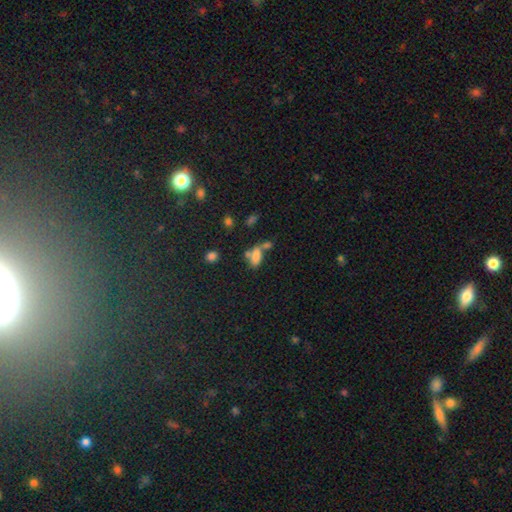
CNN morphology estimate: A smooth galaxy with no disk features (70%) that is in between round and cigar-shaped (84%).

Vote fractions:
- Smooth or featured? smooth: 70% / featured or disk: 15% / star or artifact: 15%
- How rounded? in between: 84% / cigar-shaped: 10% / round: 7%
- Merging? merger: 45% / none: 29% / minor disturbance: 14% / major disturbance: 12%